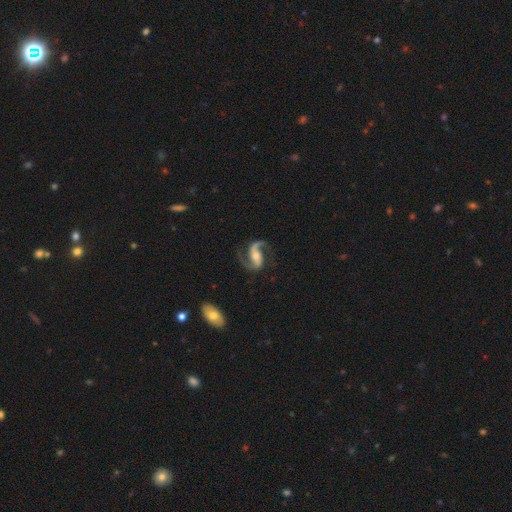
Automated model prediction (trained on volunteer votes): Smooth or featured? Predicted: featured or disk (p=0.93). Edge-on disk? Predicted: no (p=0.98). Bar? Predicted: strong (p=0.42). Spiral arms? Predicted: yes (p=0.98). Spiral winding? Predicted: medium (p=0.51). Spiral arm count? Predicted: 2 (p=0.93). Bulge size? Predicted: moderate (p=0.54). Merging? Predicted: none (p=0.77).